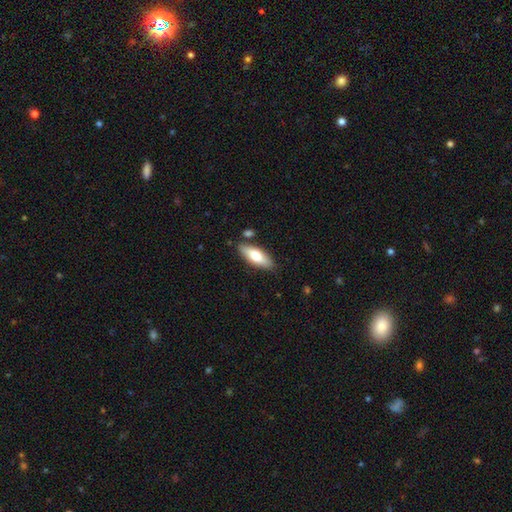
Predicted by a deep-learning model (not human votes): Smooth or featured? smooth (70%)
How rounded? in between (65%)
Merging? none (82%)